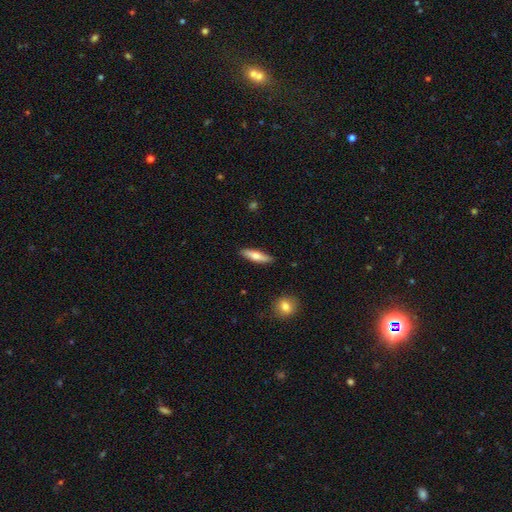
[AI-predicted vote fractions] Smooth or featured? Predicted: smooth (p=0.63). How rounded? Predicted: cigar-shaped (p=0.70). Merging? Predicted: none (p=0.89).